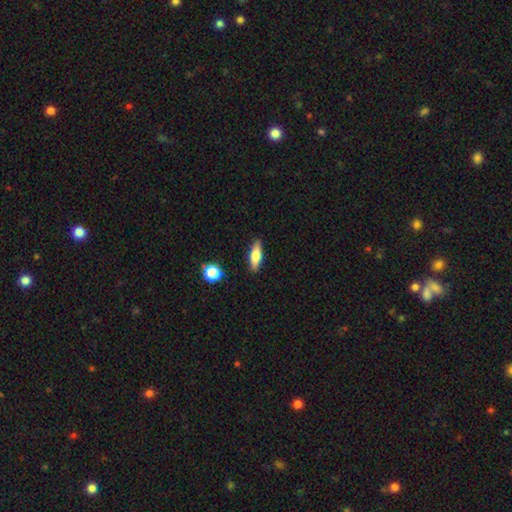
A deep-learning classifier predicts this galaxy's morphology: A smooth galaxy with no disk features (70%) that is in between round and cigar-shaped (56%).

Vote fractions:
- Smooth or featured? smooth: 70% / featured or disk: 22% / star or artifact: 8%
- How rounded? in between: 56% / cigar-shaped: 40% / round: 3%
- Merging? none: 88% / minor disturbance: 9% / major disturbance: 2% / merger: 2%